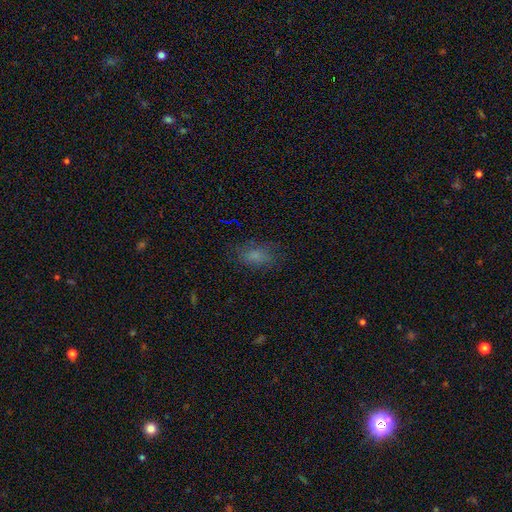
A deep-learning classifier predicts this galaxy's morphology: smooth-or-featured: smooth: 75% | star or artifact: 14% | featured or disk: 11%
  how-rounded: in between: 87% | round: 7% | cigar-shaped: 6%
  merging: none: 74% | minor disturbance: 17% | major disturbance: 8% | merger: 1%